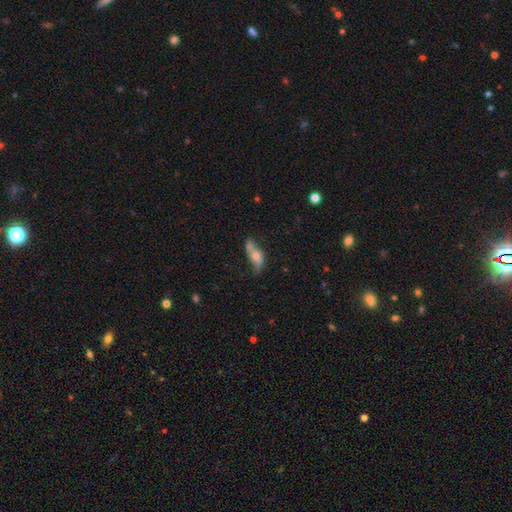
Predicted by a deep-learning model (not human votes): Smooth or featured? featured or disk (47%)
Merging? none (52%)